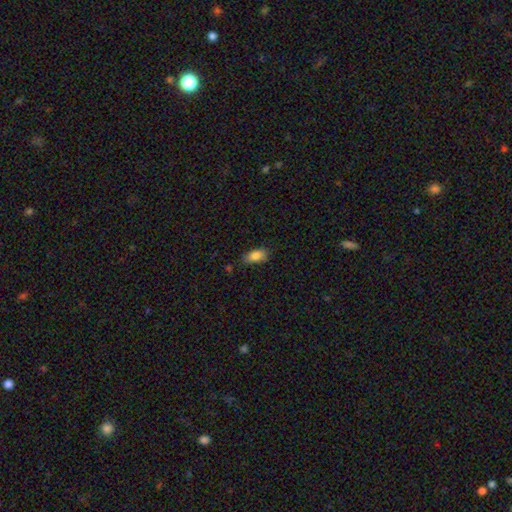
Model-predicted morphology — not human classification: Overall: smooth (84%). How rounded: in between (88%). Merging: none (75%).